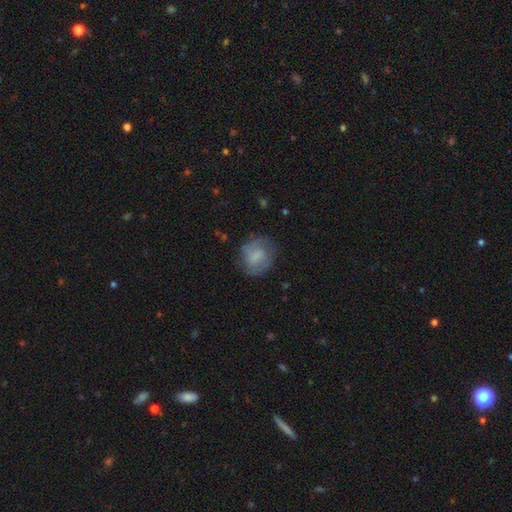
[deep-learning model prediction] smooth 61%, featured or disk 31%, star or artifact 8%. Down the decision tree: how rounded — round (68%); merging — none (65%).